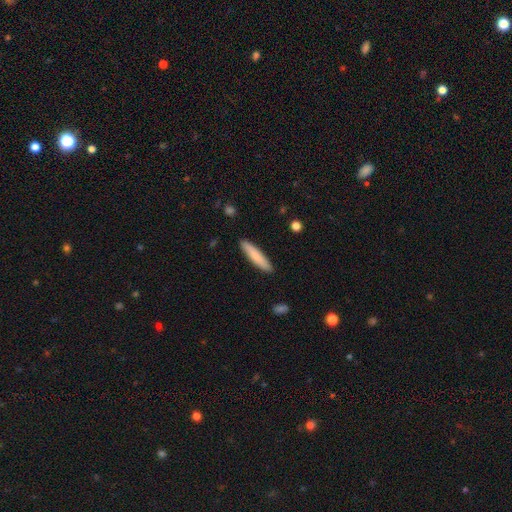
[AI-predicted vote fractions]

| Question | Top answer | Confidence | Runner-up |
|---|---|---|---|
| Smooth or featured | smooth | 81% | featured or disk (14%) |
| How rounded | cigar-shaped | 87% | in between (12%) |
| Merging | none | 90% | minor disturbance (8%) |